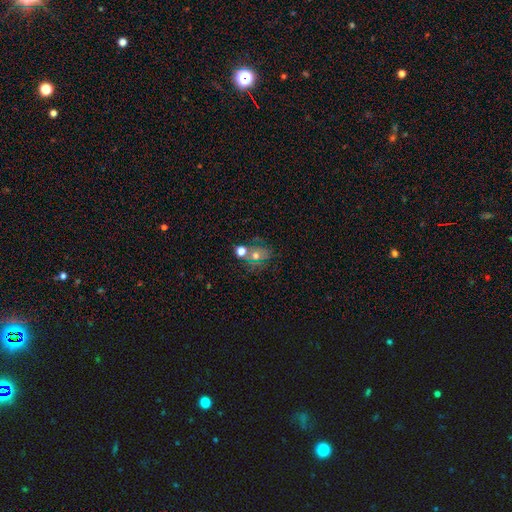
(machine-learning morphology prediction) type=smooth (47%); merging=none (50%).